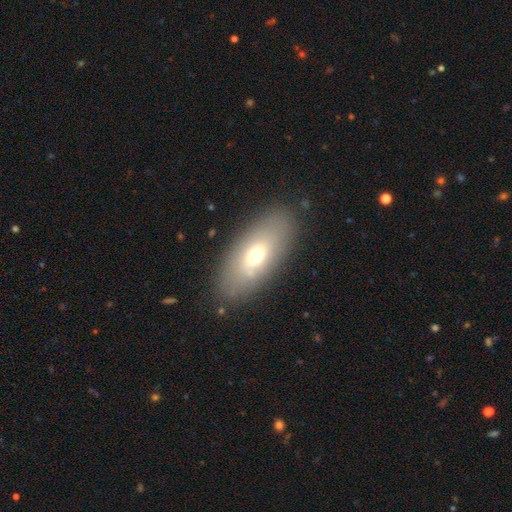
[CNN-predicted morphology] smooth_or_featured: smooth (p=0.60) [alt: featured or disk p=0.31]
how_rounded: in between (p=0.84) [alt: cigar-shaped p=0.12]
merging: none (p=0.84) [alt: minor disturbance p=0.10]